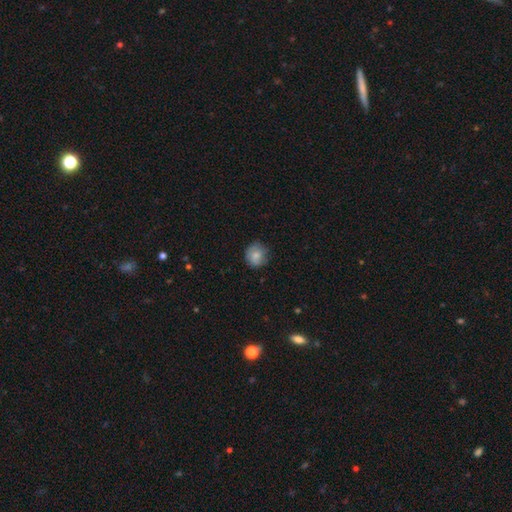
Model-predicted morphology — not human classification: Overall: smooth (78%). How rounded: round (84%). Merging: none (75%).